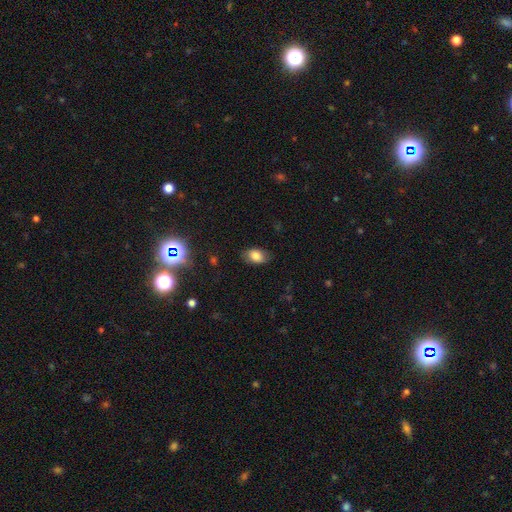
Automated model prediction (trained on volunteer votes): Smooth or featured? Predicted: smooth (p=0.80). How rounded? Predicted: in between (p=0.87). Merging? Predicted: none (p=0.79).